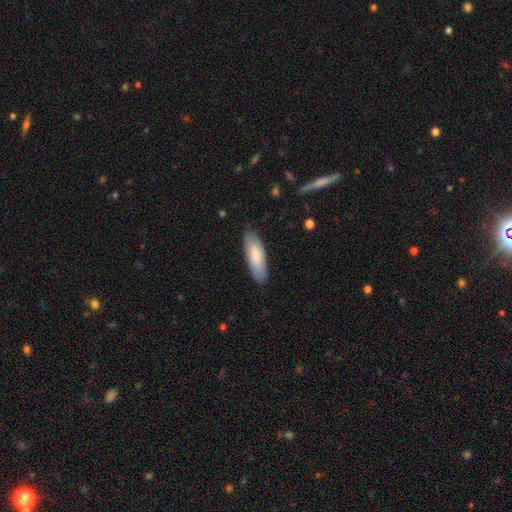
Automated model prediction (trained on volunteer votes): A smooth galaxy with no disk features (81%) that is in between round and cigar-shaped (62%). Merging: none (84%).